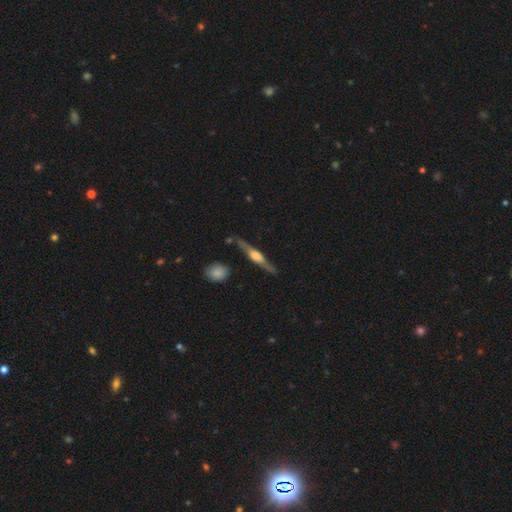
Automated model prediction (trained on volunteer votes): featured or disk 72%, smooth 22%, star or artifact 5%. Down the decision tree: edge-on disk — yes (96%); edge-on bulge — rounded (80%); merging — none (85%).